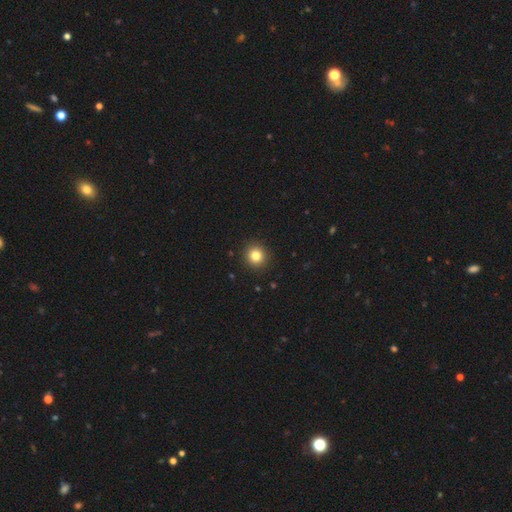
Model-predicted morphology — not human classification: Smooth or featured? Predicted: smooth (p=0.82). How rounded? Predicted: round (p=0.92). Merging? Predicted: none (p=0.92).